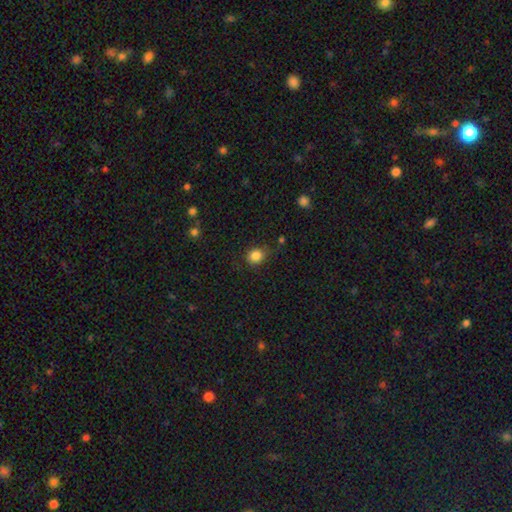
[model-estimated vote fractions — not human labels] The model was most divided on "merging": none: 76%, minor disturbance: 17%, major disturbance: 4%, merger: 2%. More confident: smooth or featured — smooth (85%); how rounded — round (80%).